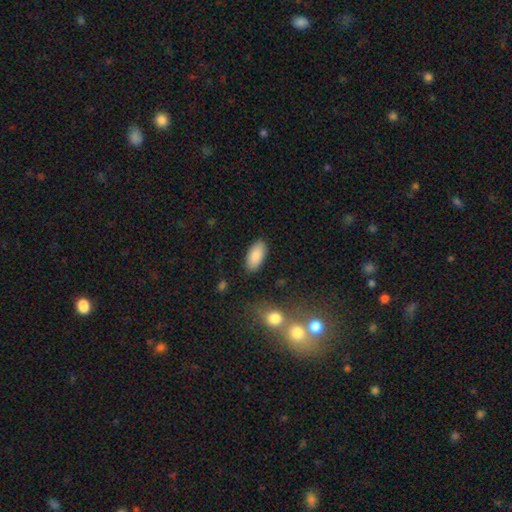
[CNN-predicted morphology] Smooth or featured? smooth (87%)
How rounded? in between (92%)
Merging? none (87%)